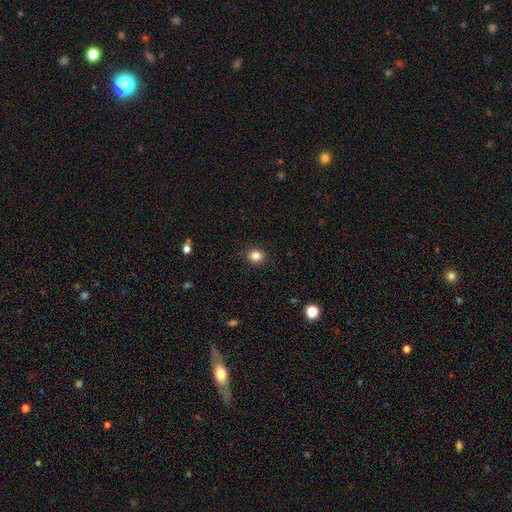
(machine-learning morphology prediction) Smooth or featured?
  - smooth: 84% *
  - star or artifact: 11%
  - featured or disk: 4%
How rounded?
  - round: 84% *
  - in between: 15%
  - cigar-shaped: 1%
Merging?
  - none: 91% *
  - minor disturbance: 6%
  - major disturbance: 2%
  - merger: 1%